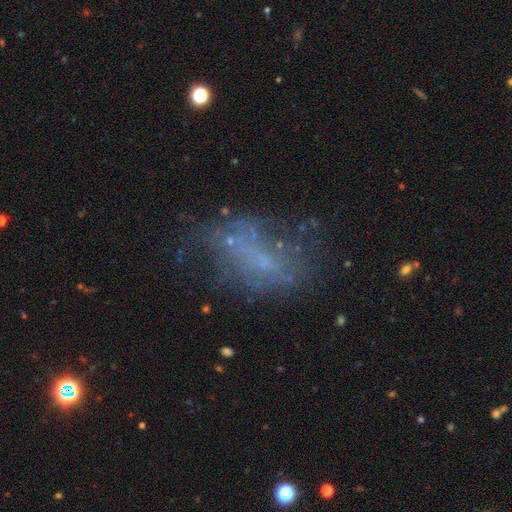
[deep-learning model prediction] The model was most divided on "merging": none: 44%, major disturbance: 28%, minor disturbance: 22%, merger: 7%. Remaining: smooth or featured — featured or disk (47%).